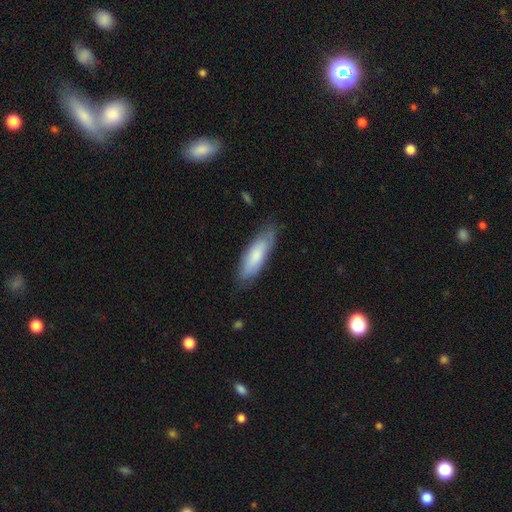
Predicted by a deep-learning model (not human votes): A smooth galaxy with no disk features (77%) that is in between round and cigar-shaped (51%).

Vote fractions:
- Smooth or featured? smooth: 77% / featured or disk: 18% / star or artifact: 5%
- How rounded? in between: 51% / cigar-shaped: 47% / round: 1%
- Merging? none: 76% / minor disturbance: 19% / major disturbance: 4% / merger: 1%